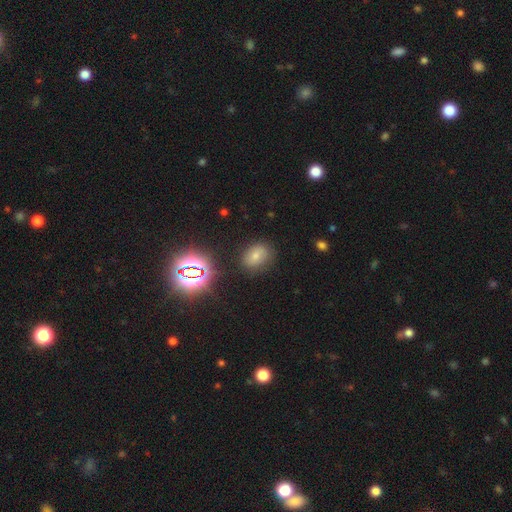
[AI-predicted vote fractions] Overall: smooth (54%; star or artifact 33%). How rounded: in between (64%; round 35%). Merging: none (83%).